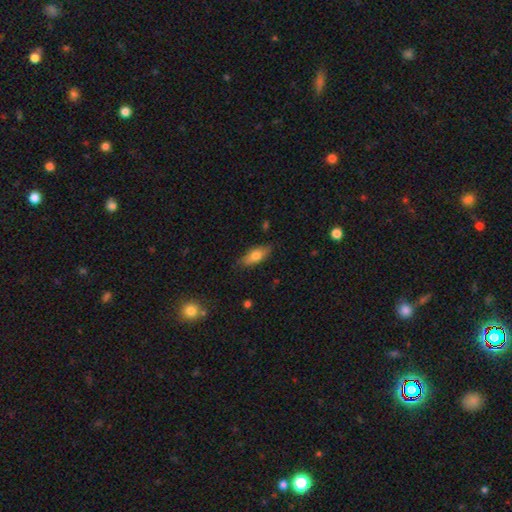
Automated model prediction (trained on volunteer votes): smooth 74%, featured or disk 20%, star or artifact 7%. Down the decision tree: how rounded — in between (78%); merging — none (82%).